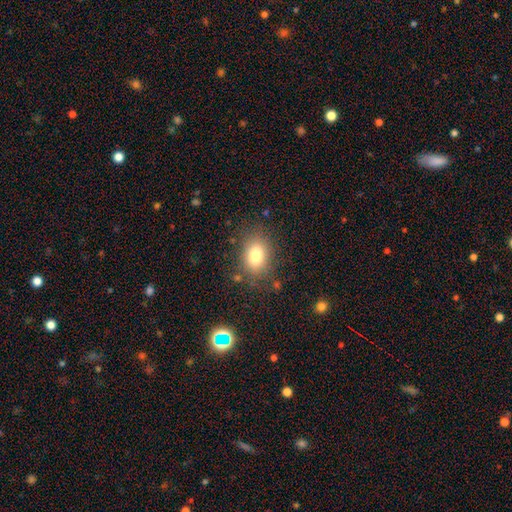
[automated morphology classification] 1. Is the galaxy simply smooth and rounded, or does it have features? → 80% smooth, 10% featured or disk, 10% star or artifact.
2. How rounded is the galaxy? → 77% in between, 22% round, 1% cigar-shaped.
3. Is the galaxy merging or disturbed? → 79% none, 13% minor disturbance, 5% major disturbance, 2% merger.